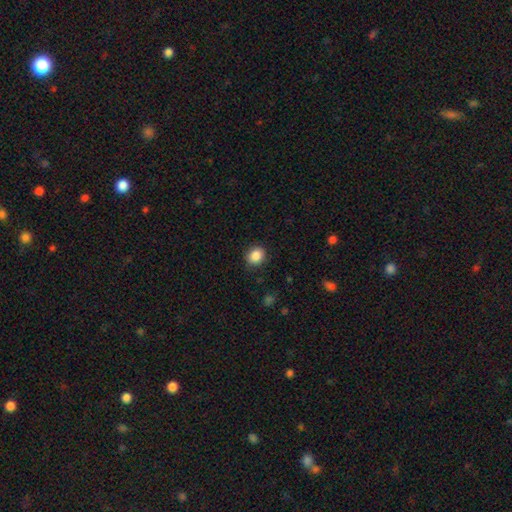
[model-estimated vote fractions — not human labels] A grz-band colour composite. It shows a smooth galaxy with no disk features (87%) that is round (67%). Merging: none (88%).